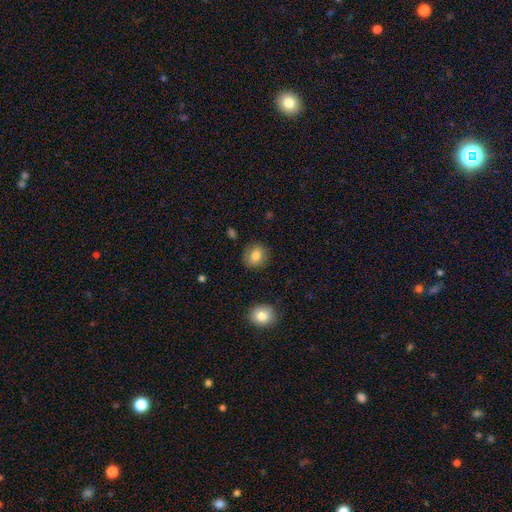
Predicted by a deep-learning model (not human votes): Overall: smooth (82%). How rounded: round (74%). Merging: none (86%).